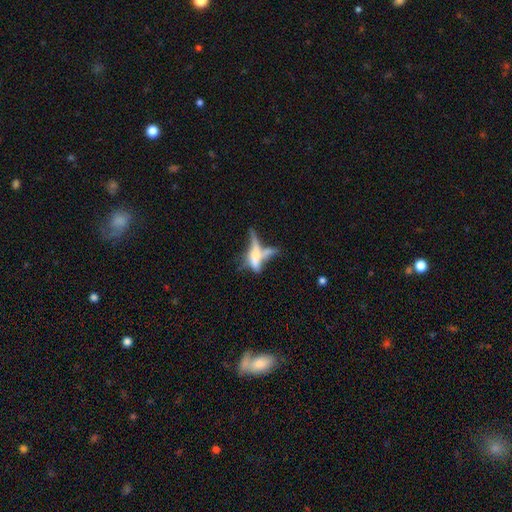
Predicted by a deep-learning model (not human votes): Smooth or featured? featured or disk (51%)
Edge-on disk? yes (61%)
Merging? merger (42%)